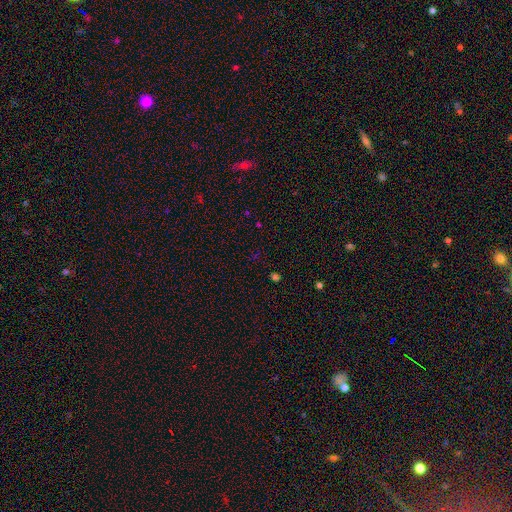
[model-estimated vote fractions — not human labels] A star or artifact, not a galaxy (53%).